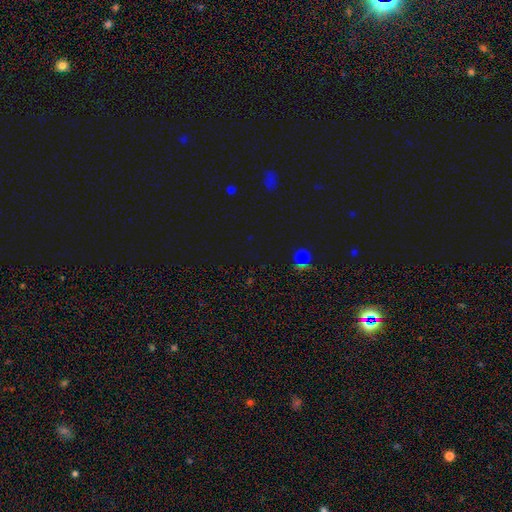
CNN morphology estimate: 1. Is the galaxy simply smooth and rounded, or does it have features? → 63% star or artifact, 29% smooth, 8% featured or disk.